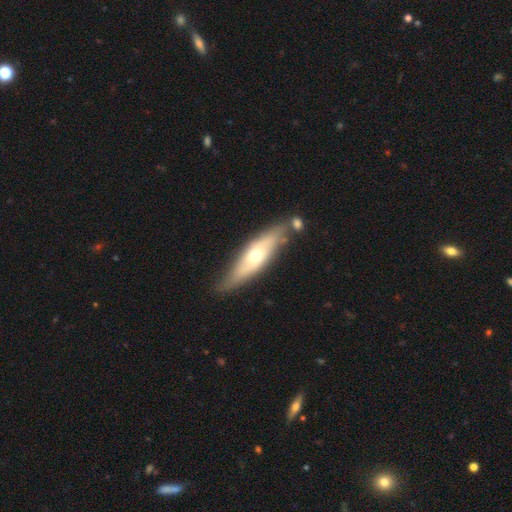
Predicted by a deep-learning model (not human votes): smooth_or_featured: featured or disk (p=0.54) [alt: smooth p=0.41]
disk_edge_on: yes (p=0.61) [alt: no p=0.39]
merging: none (p=0.72) [alt: minor disturbance p=0.17]